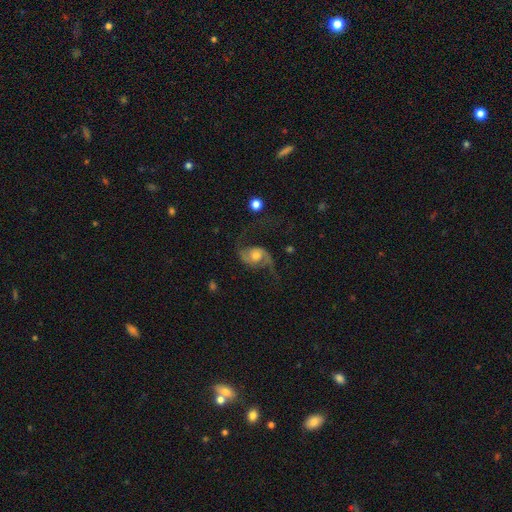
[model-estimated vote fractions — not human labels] featured or disk 84%, smooth 10%, star or artifact 6%. Down the decision tree: edge-on disk — no (97%); bar — no (65%); spiral arms — yes (96%); spiral arm count — 2 (92%); spiral winding — loose (64%); bulge size — moderate (66%); merging — none (63%).